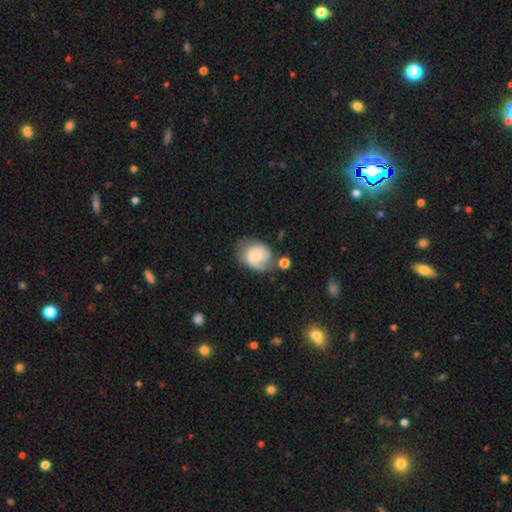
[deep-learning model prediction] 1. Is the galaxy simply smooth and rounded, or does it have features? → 47% smooth, 45% featured or disk, 8% star or artifact.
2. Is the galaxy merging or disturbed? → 46% none, 29% minor disturbance, 15% major disturbance, 9% merger.